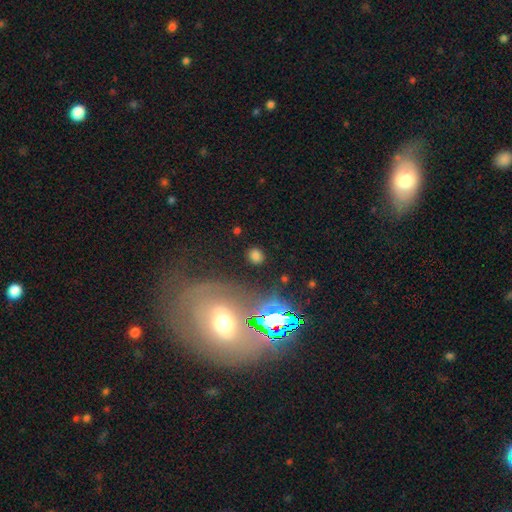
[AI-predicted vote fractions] Q: Smooth or featured?
A: smooth (70%); runner-up: star or artifact (22%)
Q: How rounded?
A: round (67%); runner-up: in between (31%)
Q: Merging?
A: none (87%); runner-up: minor disturbance (8%)